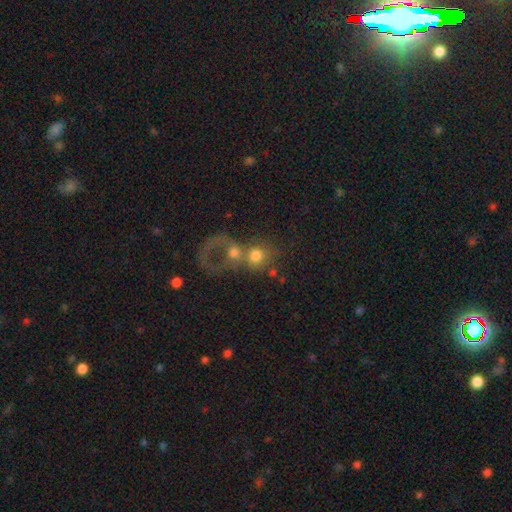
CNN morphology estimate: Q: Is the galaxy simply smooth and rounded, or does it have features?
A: smooth — 59%.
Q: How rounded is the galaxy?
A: round — 75%.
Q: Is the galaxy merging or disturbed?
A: merger — 62%.